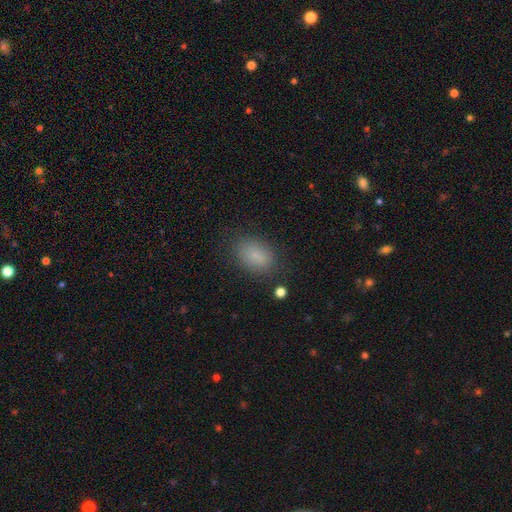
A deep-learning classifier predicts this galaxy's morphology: Smooth or featured? Predicted: smooth (p=0.82). How rounded? Predicted: in between (p=0.81). Merging? Predicted: none (p=0.82).